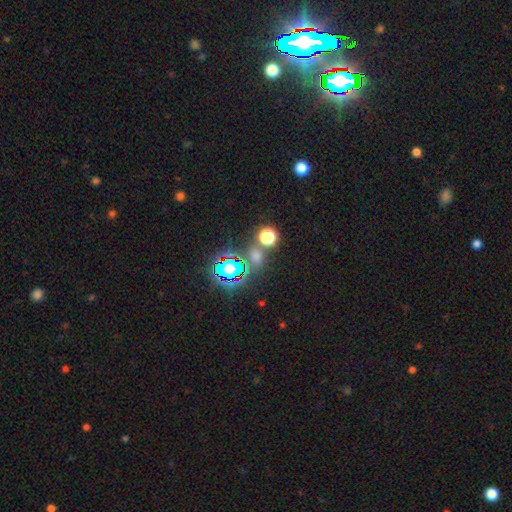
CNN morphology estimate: A star or artifact, not a galaxy (56%).

Vote fractions:
- Smooth or featured? star or artifact: 56% / smooth: 36% / featured or disk: 8%